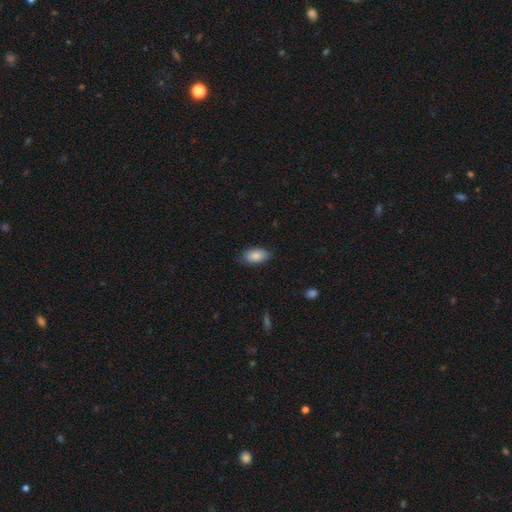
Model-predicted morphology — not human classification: A smooth galaxy with no disk features (85%) that is in between round and cigar-shaped (93%).

Vote fractions:
- Smooth or featured? smooth: 85% / featured or disk: 9% / star or artifact: 7%
- How rounded? in between: 93% / round: 4% / cigar-shaped: 3%
- Merging? none: 80% / minor disturbance: 16% / major disturbance: 3% / merger: 1%